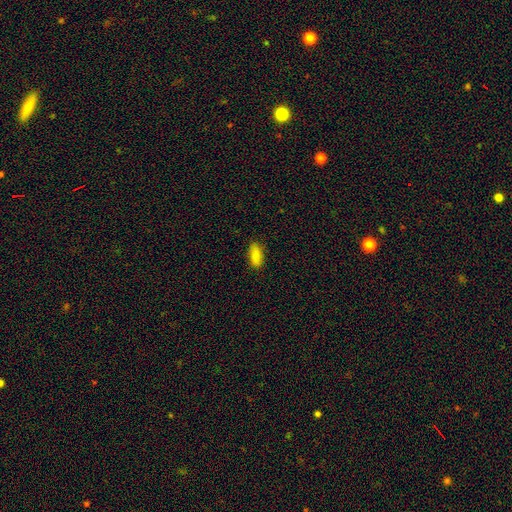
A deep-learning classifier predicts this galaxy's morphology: Q: Smooth or featured?
A: smooth (86%); runner-up: star or artifact (7%)
Q: How rounded?
A: in between (87%); runner-up: cigar-shaped (10%)
Q: Merging?
A: none (86%); runner-up: minor disturbance (11%)